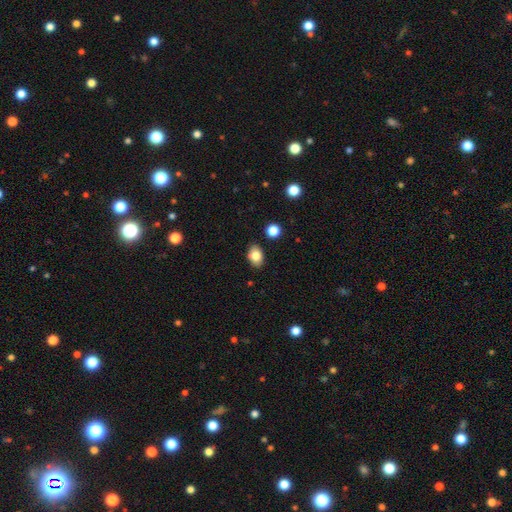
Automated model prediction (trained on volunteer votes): Smooth or featured: smooth — 82% (featured or disk — 9%)
How rounded: in between — 80% (round — 19%)
Merging: none — 86% (minor disturbance — 9%)